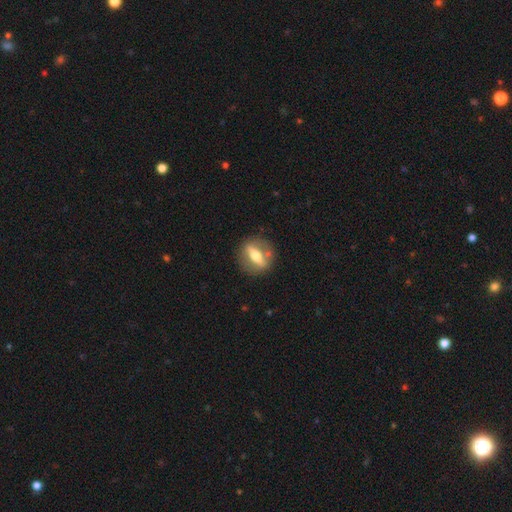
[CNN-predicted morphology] Smooth or featured? Predicted: featured or disk (p=0.64). Edge-on disk? Predicted: yes (p=0.57). Merging? Predicted: none (p=0.83).